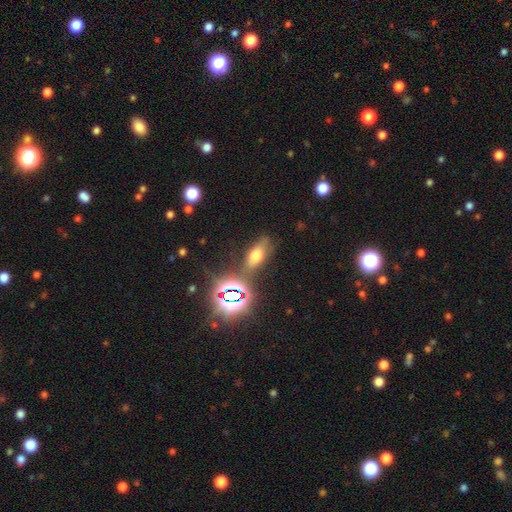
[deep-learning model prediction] This appears to be a smooth galaxy with no disk features (54%) that is in between round and cigar-shaped (74%). Merging: none (72%).